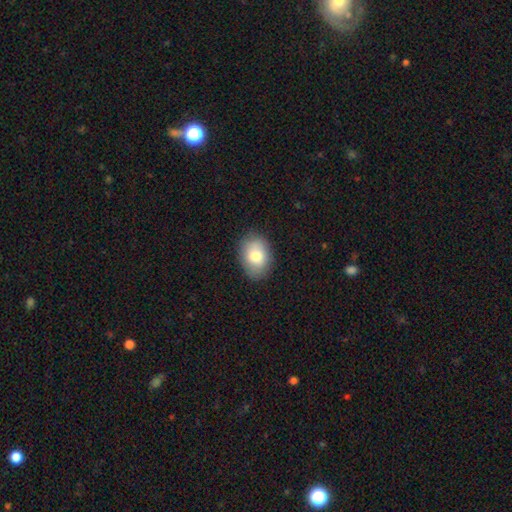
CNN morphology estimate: A smooth galaxy with no disk features (79%) that is in between round and cigar-shaped (79%). Merging: none (85%).